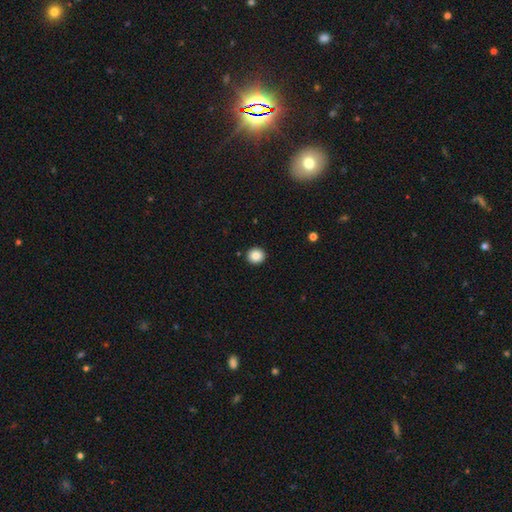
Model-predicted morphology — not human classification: smooth_or_featured: smooth (p=0.85) [alt: star or artifact p=0.09]
how_rounded: round (p=0.90) [alt: in between p=0.09]
merging: none (p=0.93) [alt: minor disturbance p=0.05]